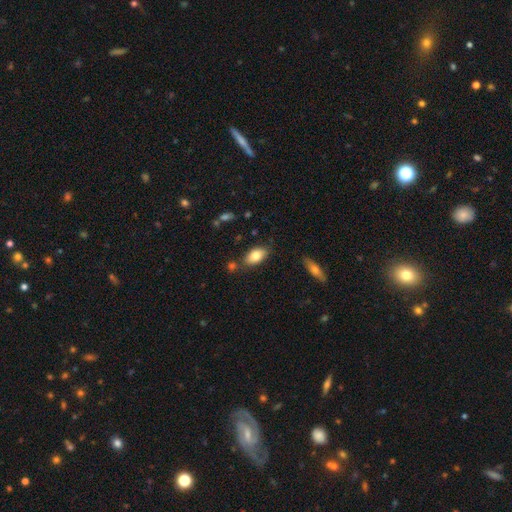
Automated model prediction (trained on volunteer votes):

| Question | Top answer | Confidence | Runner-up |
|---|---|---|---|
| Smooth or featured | smooth | 80% | featured or disk (12%) |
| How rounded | in between | 92% | cigar-shaped (4%) |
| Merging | none | 77% | minor disturbance (14%) |